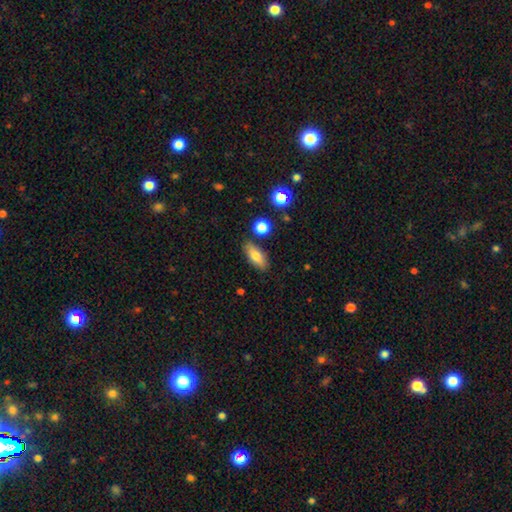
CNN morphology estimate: A smooth galaxy with no disk features (75%) that is in between round and cigar-shaped (71%).

Vote fractions:
- Smooth or featured? smooth: 75% / featured or disk: 17% / star or artifact: 8%
- How rounded? in between: 71% / cigar-shaped: 25% / round: 4%
- Merging? none: 82% / minor disturbance: 11% / merger: 4% / major disturbance: 3%